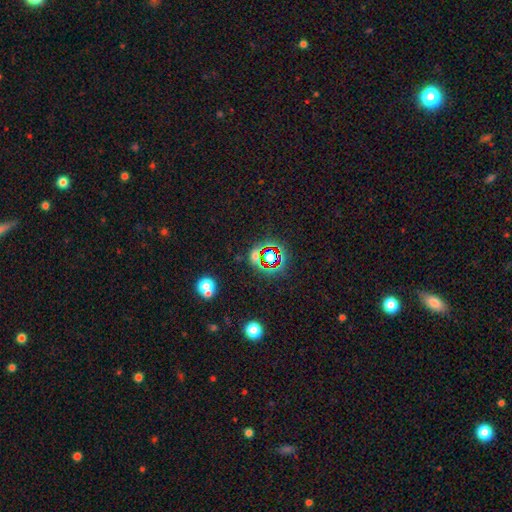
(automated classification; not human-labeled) Smooth or featured: star or artifact — 64% (smooth — 26%)